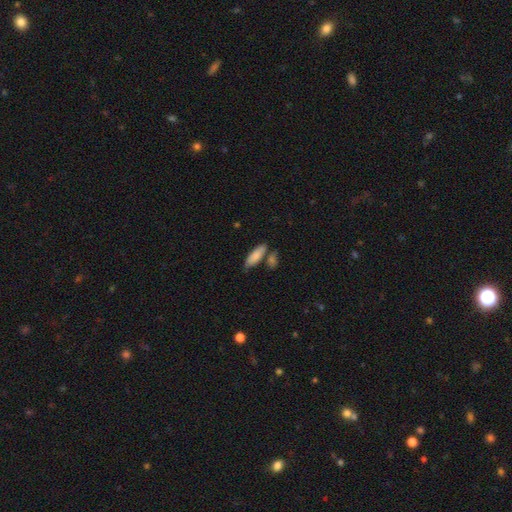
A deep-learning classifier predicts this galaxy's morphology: A smooth galaxy with no disk features (83%) that is in between round and cigar-shaped (60%).

Vote fractions:
- Smooth or featured? smooth: 83% / featured or disk: 11% / star or artifact: 6%
- How rounded? in between: 60% / cigar-shaped: 38% / round: 2%
- Merging? none: 66% / minor disturbance: 15% / merger: 15% / major disturbance: 4%